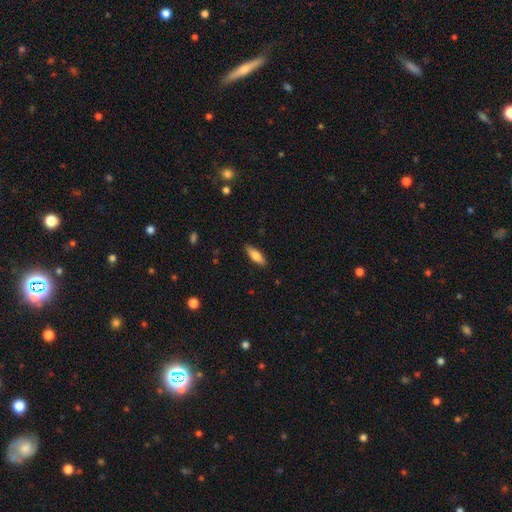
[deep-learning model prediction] Smooth or featured? Predicted: smooth (p=0.75). How rounded? Predicted: in between (p=0.56). Merging? Predicted: none (p=0.87).